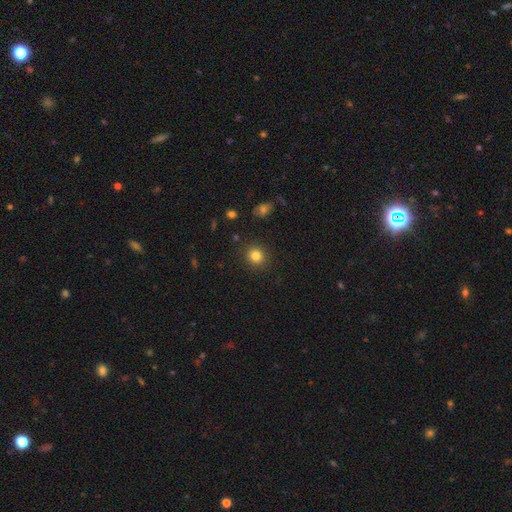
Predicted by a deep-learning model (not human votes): A smooth galaxy with no disk features (83%) that is round (90%).

Vote fractions:
- Smooth or featured? smooth: 83% / star or artifact: 11% / featured or disk: 6%
- How rounded? round: 90% / in between: 10% / cigar-shaped: 1%
- Merging? none: 90% / minor disturbance: 6% / major disturbance: 2% / merger: 1%